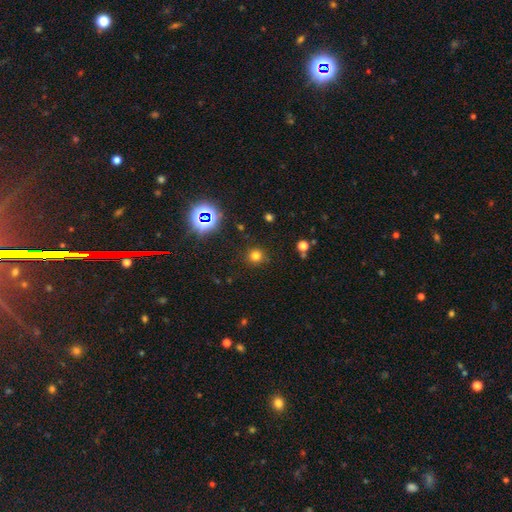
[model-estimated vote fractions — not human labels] smooth 72%, star or artifact 22%, featured or disk 6%. Down the decision tree: how rounded — round (92%); merging — none (88%).